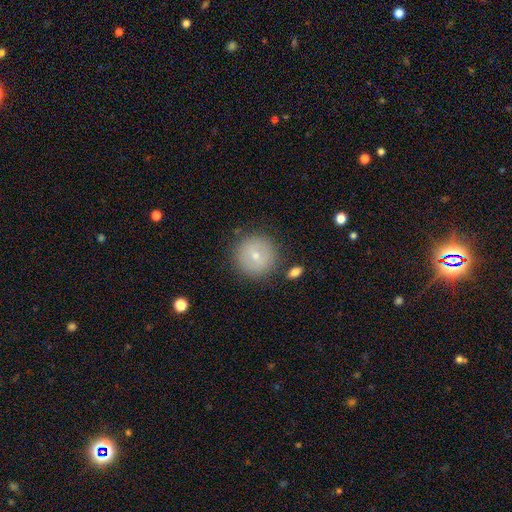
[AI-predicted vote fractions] Morphology: type=smooth (68%); roundness=round (95%); merging=none (84%).